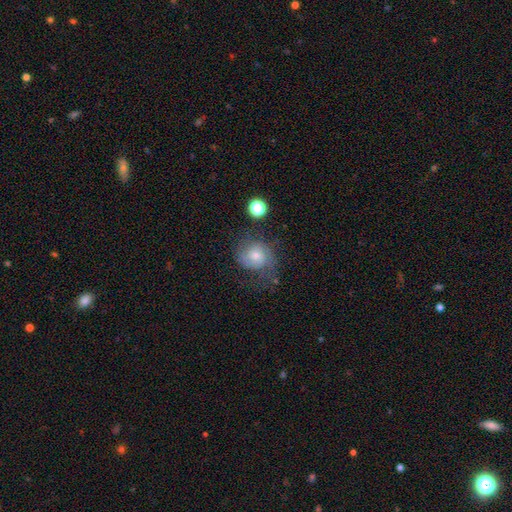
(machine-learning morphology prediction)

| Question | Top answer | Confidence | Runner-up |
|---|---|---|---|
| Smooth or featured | featured or disk | 52% | smooth (36%) |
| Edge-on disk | no | 97% | yes (3%) |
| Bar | no | 69% | weak (27%) |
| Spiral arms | yes | 85% | no (15%) |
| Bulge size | moderate | 52% | small (34%) |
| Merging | none | 53% | minor disturbance (24%) |